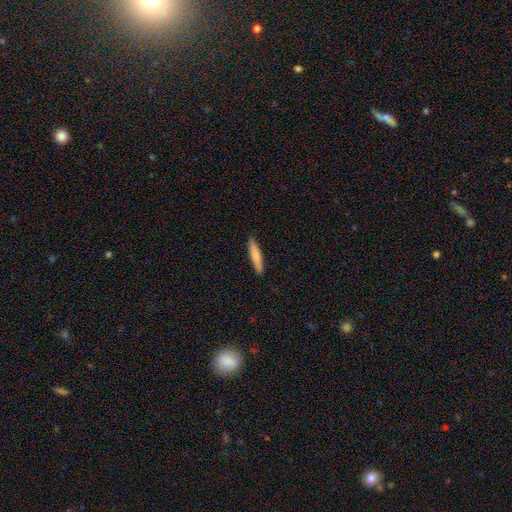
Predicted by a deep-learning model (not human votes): This appears to be a smooth galaxy with no disk features (76%) that is cigar-shaped (88%). Merging: none (89%).